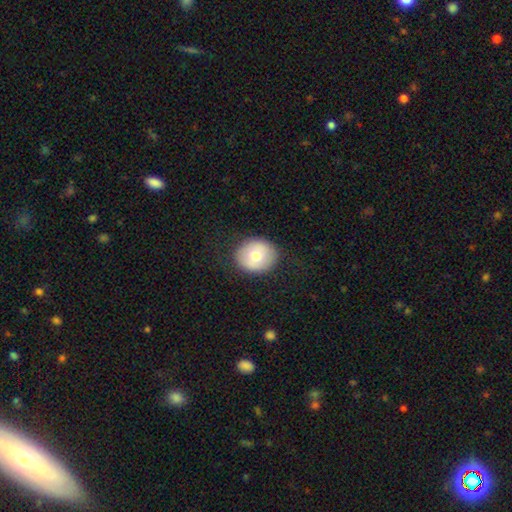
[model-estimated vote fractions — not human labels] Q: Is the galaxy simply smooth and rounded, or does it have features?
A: smooth — 70%.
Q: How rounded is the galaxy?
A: round — 71%.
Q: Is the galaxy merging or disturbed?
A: none — 85%.